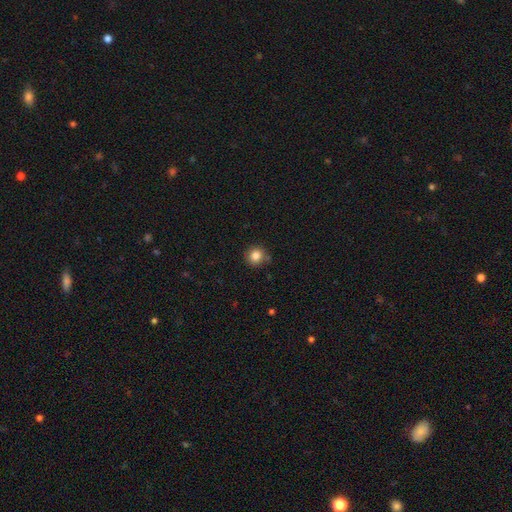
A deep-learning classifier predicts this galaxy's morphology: Smooth or featured: smooth — 84% (star or artifact — 11%)
How rounded: round — 93% (in between — 7%)
Merging: none — 83% (minor disturbance — 11%)